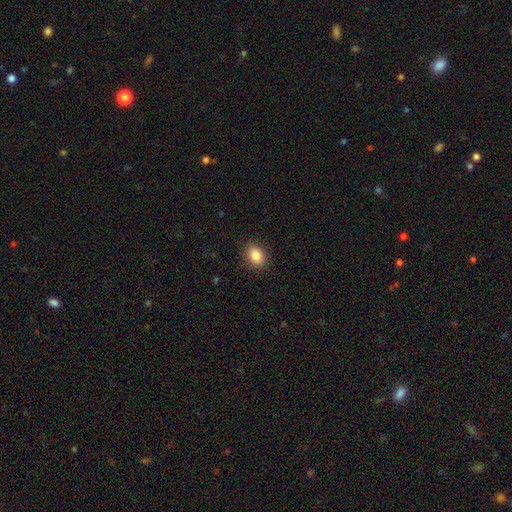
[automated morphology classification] Smooth or featured? Predicted: smooth (p=0.85). How rounded? Predicted: in between (p=0.70). Merging? Predicted: none (p=0.89).